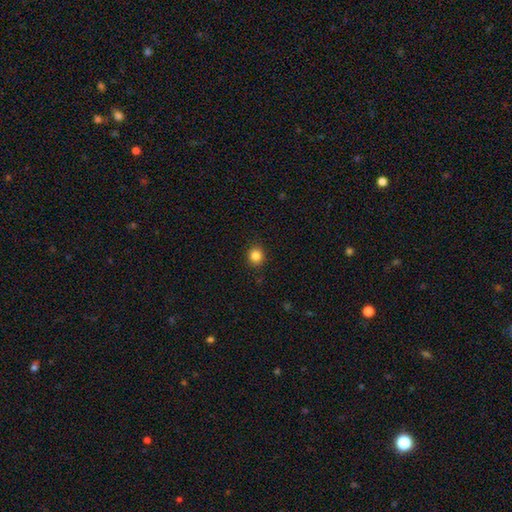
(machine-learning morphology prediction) This appears to be a smooth galaxy with no disk features (84%) that is round (86%). Merging: none (91%).